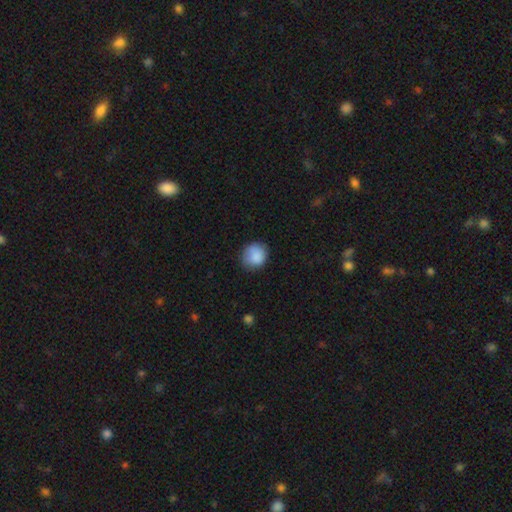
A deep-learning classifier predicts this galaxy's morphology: The model was most divided on "merging": none: 75%, minor disturbance: 19%, major disturbance: 4%, merger: 1%. More confident: smooth or featured — smooth (86%); how rounded — round (80%).